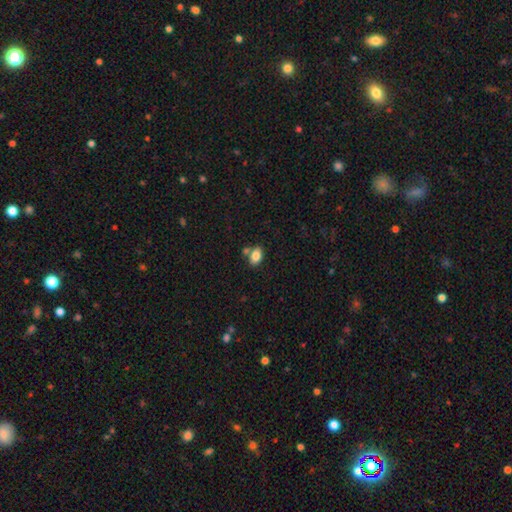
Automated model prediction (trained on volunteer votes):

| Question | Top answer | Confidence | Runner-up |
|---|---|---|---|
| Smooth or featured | smooth | 84% | star or artifact (8%) |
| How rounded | in between | 86% | round (12%) |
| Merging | none | 65% | merger (19%) |